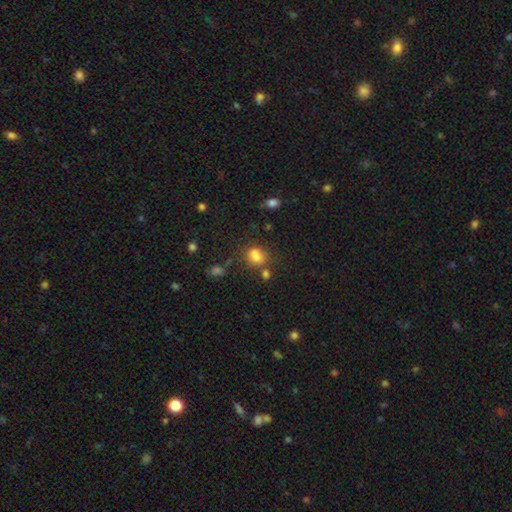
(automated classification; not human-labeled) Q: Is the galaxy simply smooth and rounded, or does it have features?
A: smooth — 75%.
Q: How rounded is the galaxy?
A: in between — 51%.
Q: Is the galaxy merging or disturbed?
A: none — 51%.